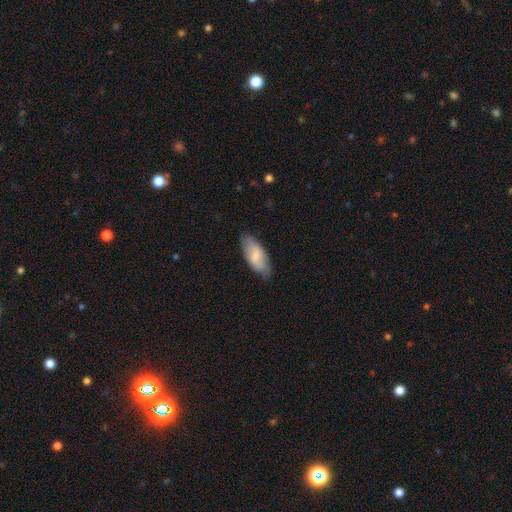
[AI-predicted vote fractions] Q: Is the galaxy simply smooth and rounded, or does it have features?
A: smooth — 72%.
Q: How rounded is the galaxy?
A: in between — 85%.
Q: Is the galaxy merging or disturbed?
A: none — 74%.